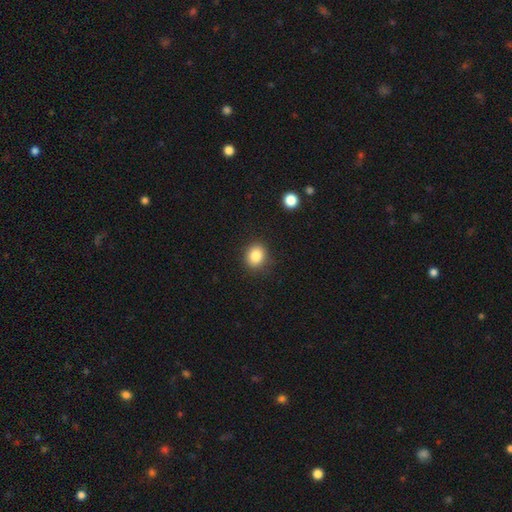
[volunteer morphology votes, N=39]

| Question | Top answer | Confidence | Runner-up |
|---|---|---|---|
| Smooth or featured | smooth | 92% | star or artifact (8%) |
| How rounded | in between | 53% | round (47%) |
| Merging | none | 89% | minor disturbance (6%) |